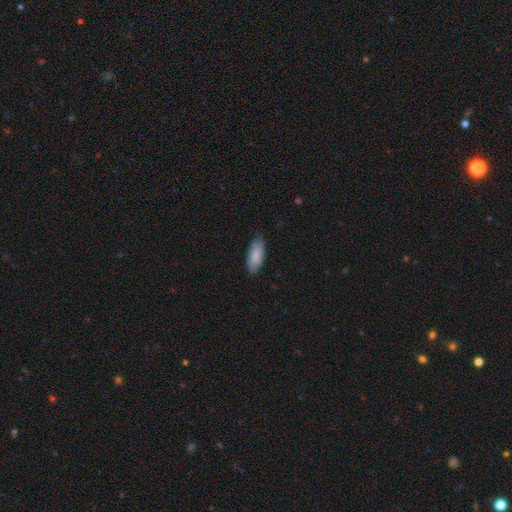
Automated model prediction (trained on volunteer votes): Smooth or featured? smooth (85%)
How rounded? in between (76%)
Merging? none (80%)